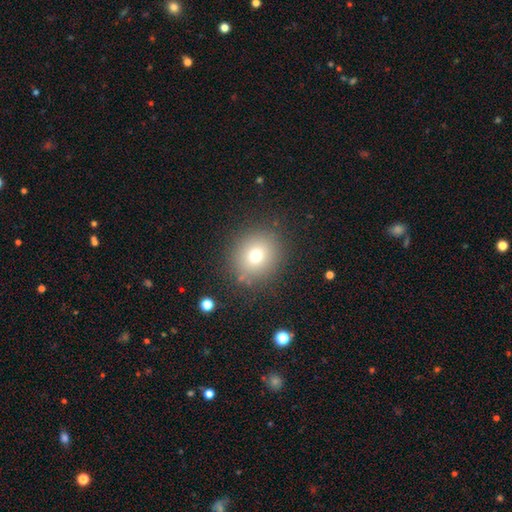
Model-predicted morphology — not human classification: type=smooth (72%); roundness=round (81%); merging=none (86%).